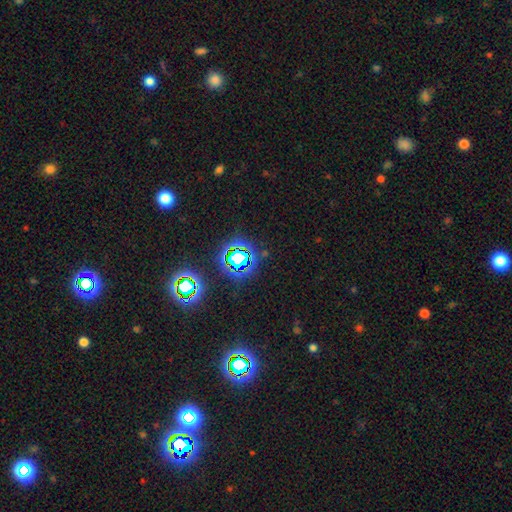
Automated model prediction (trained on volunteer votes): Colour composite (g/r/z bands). It shows a star or artifact, not a galaxy (70%).